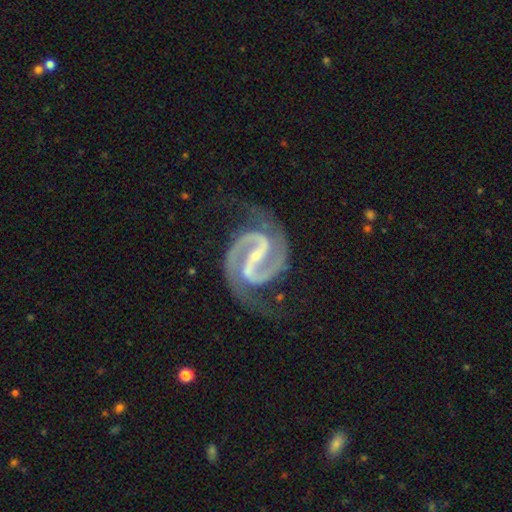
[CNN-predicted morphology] Overall: featured or disk (95%). Edge-on disk: no (98%). Bar: strong (69%). Spiral arms: yes (99%). Spiral arm count: 2 (95%). Spiral winding: medium (63%; tight 26%). Bulge size: small (78%). Merging: none (73%).